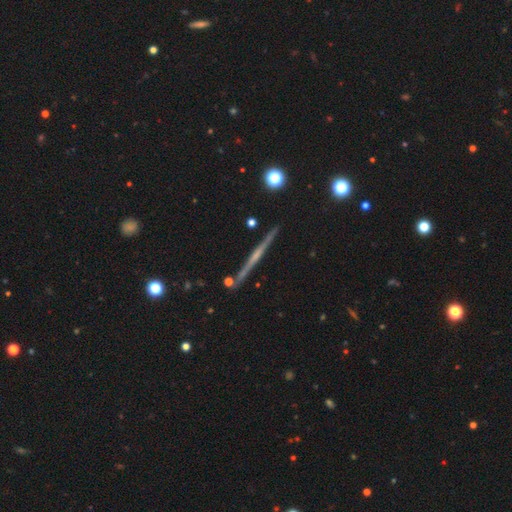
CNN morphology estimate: A featured or disk galaxy (77%) viewed edge-on (98%) with a rounded central bulge (57%). Merging: none (90%).